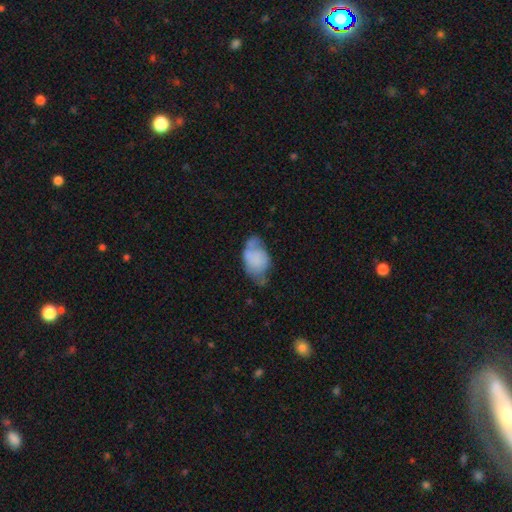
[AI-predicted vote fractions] This appears to be a smooth galaxy with no disk features (65%) that is in between round and cigar-shaped (85%). Merging: minor disturbance (36%).